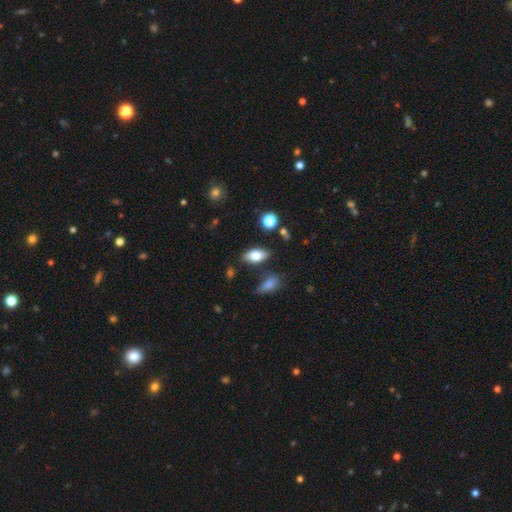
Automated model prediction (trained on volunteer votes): Smooth or featured? smooth (71%)
How rounded? in between (87%)
Merging? none (80%)